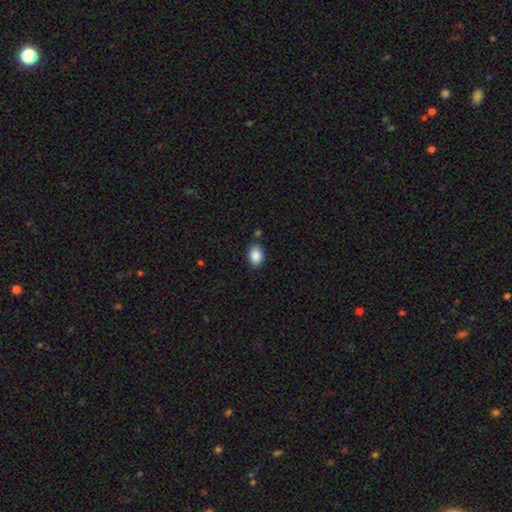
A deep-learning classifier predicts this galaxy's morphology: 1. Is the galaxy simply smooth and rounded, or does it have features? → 89% smooth, 7% star or artifact, 4% featured or disk.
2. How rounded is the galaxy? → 83% in between, 16% round, 1% cigar-shaped.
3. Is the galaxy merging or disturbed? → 83% none, 11% minor disturbance, 4% merger, 3% major disturbance.